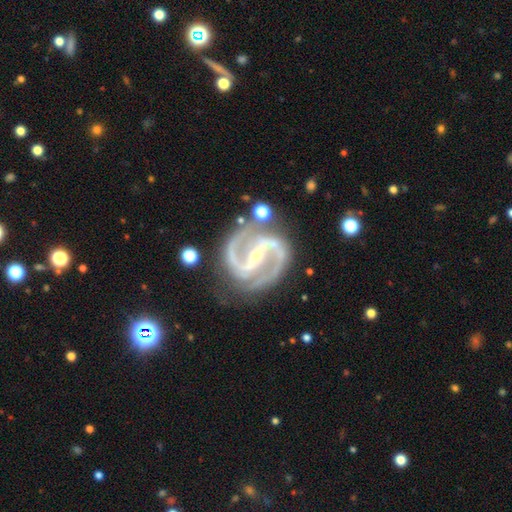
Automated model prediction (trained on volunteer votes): smooth_or_featured: featured or disk (p=0.94) [alt: star or artifact p=0.04]
disk_edge_on: no (p=0.98) [alt: yes p=0.02]
bar: strong (p=0.70) [alt: weak p=0.20]
has_spiral_arms: yes (p=0.99) [alt: no p=0.01]
spiral_winding: medium (p=0.62) [alt: tight p=0.26]
spiral_arm_count: 2 (p=0.92) [alt: 3 p=0.03]
bulge_size: small (p=0.78) [alt: moderate p=0.19]
merging: none (p=0.74) [alt: minor disturbance p=0.16]